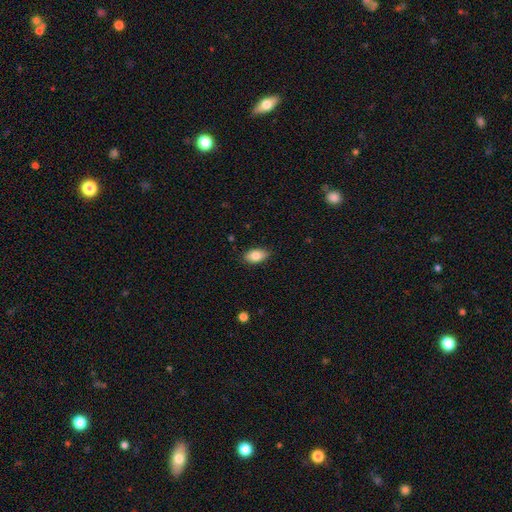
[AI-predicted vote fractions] Smooth or featured: smooth — 82% (featured or disk — 11%)
How rounded: in between — 91% (round — 5%)
Merging: none — 85% (minor disturbance — 11%)